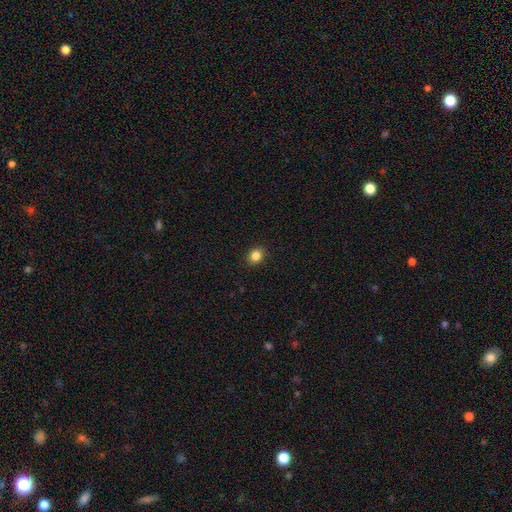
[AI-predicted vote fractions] Smooth or featured: smooth — 85% (star or artifact — 11%)
How rounded: round — 70% (in between — 29%)
Merging: none — 90% (minor disturbance — 7%)